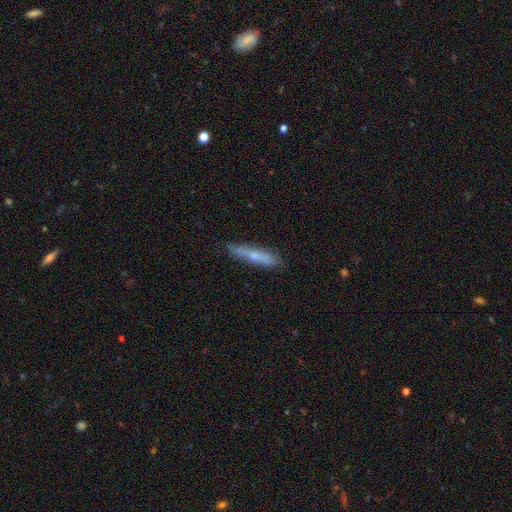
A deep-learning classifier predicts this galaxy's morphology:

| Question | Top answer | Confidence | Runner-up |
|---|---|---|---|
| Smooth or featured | smooth | 54% | featured or disk (40%) |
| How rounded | cigar-shaped | 87% | in between (12%) |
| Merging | none | 82% | minor disturbance (14%) |